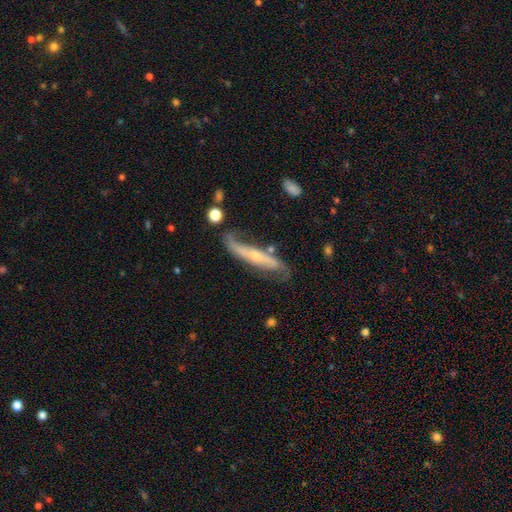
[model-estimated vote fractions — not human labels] A featured or disk galaxy (78%). Merging: none (56%).